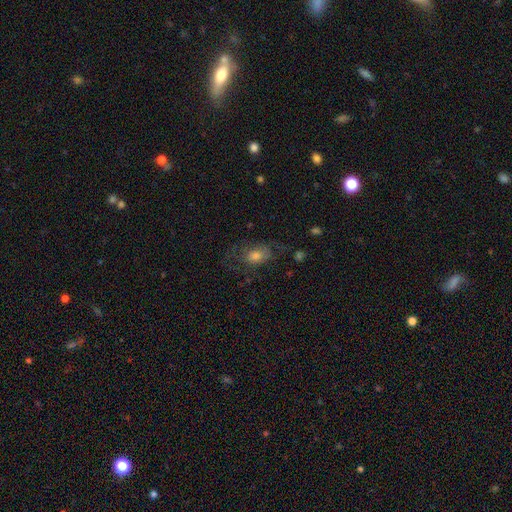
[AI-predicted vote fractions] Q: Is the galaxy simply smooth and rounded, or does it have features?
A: smooth — 51%.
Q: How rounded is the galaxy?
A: in between — 78%.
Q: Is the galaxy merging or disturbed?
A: none — 55%.